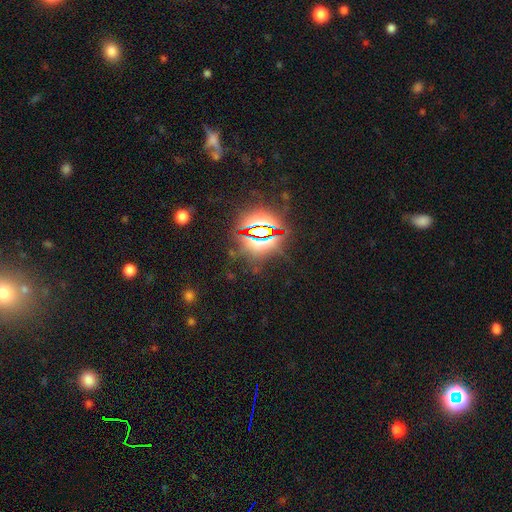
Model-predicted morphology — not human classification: smooth_or_featured: star or artifact (p=0.83) [alt: smooth p=0.10]